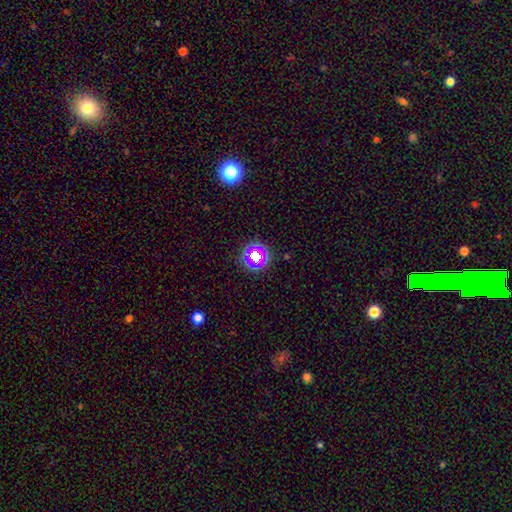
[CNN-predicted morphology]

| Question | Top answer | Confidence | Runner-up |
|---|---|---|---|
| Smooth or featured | star or artifact | 44% | smooth (41%) |